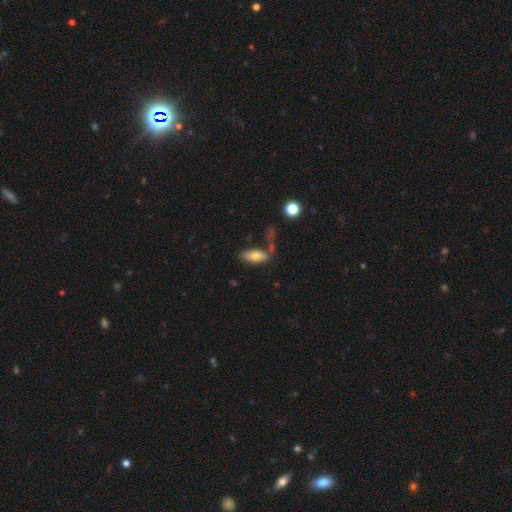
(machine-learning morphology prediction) smooth-or-featured: smooth: 73% | featured or disk: 19% | star or artifact: 8%
  how-rounded: in between: 82% | cigar-shaped: 15% | round: 3%
  merging: none: 59% | minor disturbance: 19% | merger: 15% | major disturbance: 7%